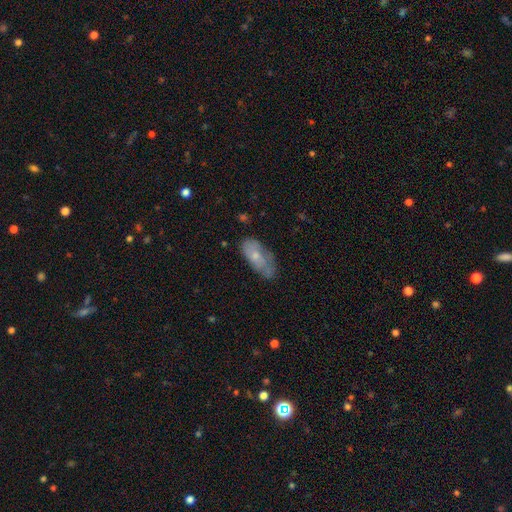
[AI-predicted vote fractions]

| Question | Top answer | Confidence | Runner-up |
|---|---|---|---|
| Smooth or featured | smooth | 60% | featured or disk (33%) |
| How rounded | in between | 83% | cigar-shaped (14%) |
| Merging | none | 54% | minor disturbance (32%) |